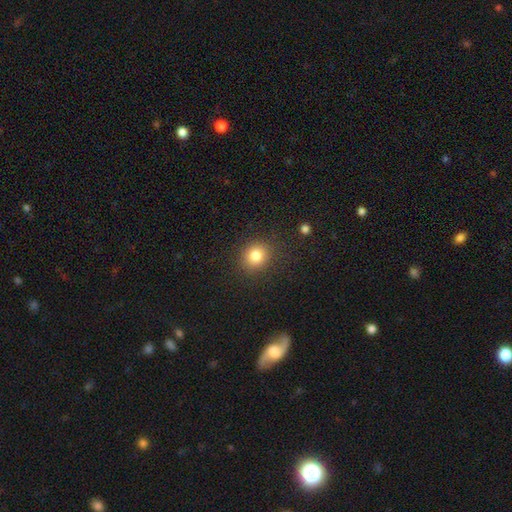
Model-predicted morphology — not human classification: This is clearly a smooth galaxy (81%). How rounded: clearly round (83%). Merging: clearly none (88%).